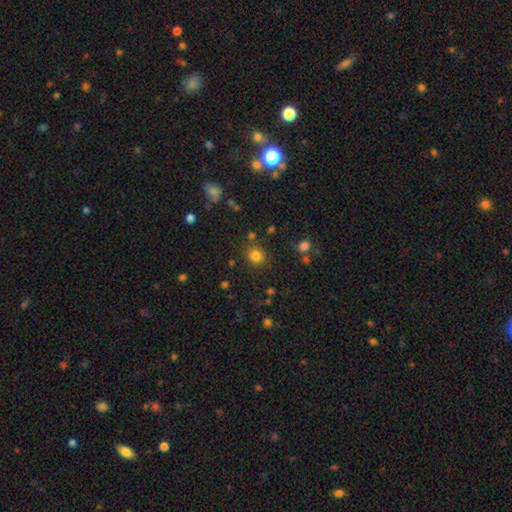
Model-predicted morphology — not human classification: Smooth or featured: smooth — 80% (star or artifact — 14%)
How rounded: round — 85% (in between — 14%)
Merging: none — 83% (minor disturbance — 9%)